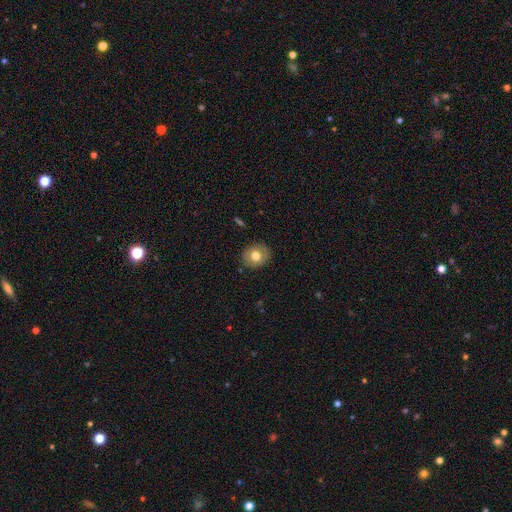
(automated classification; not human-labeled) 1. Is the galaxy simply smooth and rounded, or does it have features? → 71% smooth, 20% featured or disk, 9% star or artifact.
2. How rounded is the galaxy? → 72% round, 28% in between, 1% cigar-shaped.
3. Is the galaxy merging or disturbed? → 87% none, 9% minor disturbance, 2% major disturbance, 1% merger.